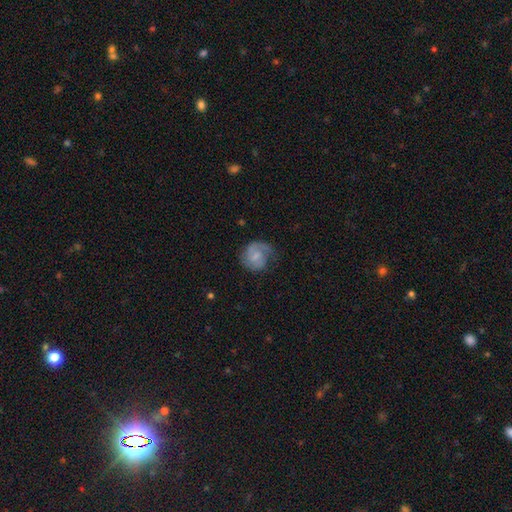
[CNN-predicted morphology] Smooth or featured?
  - featured or disk: 63% *
  - smooth: 30%
  - star or artifact: 6%
Edge-on disk?
  - no: 98% *
  - yes: 2%
Bar?
  - weak: 47% *
  - no: 46%
  - strong: 8%
Spiral arms?
  - yes: 91% *
  - no: 9%
Spiral winding?
  - tight: 43% *
  - medium: 41%
  - loose: 16%
Spiral arm count?
  - 2: 52% *
  - 1: 31%
  - can't tell: 12%
  - 3: 3%
  - 4: 1%
  - more than 4: 1%
Bulge size?
  - small: 45% *
  - moderate: 26%
  - none: 25%
  - large: 3%
  - dominant: 1%
Merging?
  - none: 60% *
  - minor disturbance: 24%
  - major disturbance: 15%
  - merger: 1%